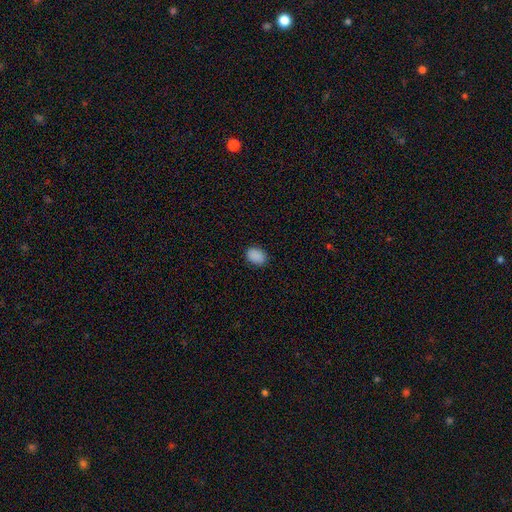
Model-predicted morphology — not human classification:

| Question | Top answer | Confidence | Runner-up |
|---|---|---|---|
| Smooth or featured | smooth | 89% | star or artifact (8%) |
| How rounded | in between | 76% | round (23%) |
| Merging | none | 87% | minor disturbance (10%) |